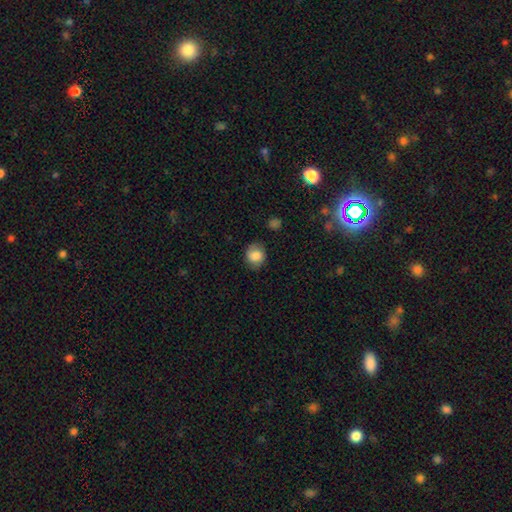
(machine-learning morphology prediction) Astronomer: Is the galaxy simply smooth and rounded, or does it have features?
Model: smooth — 82%.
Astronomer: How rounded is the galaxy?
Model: round — 70%.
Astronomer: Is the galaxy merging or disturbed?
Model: none — 79%.